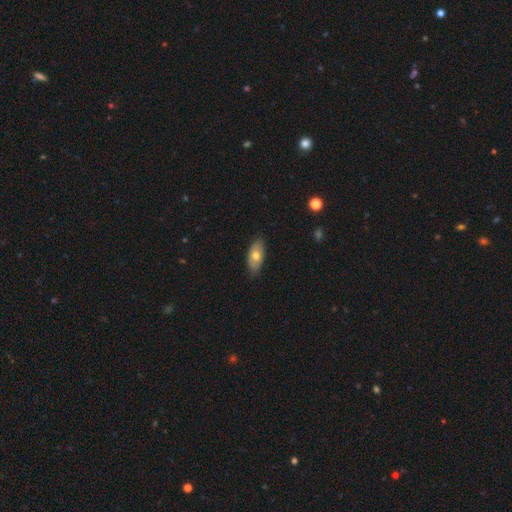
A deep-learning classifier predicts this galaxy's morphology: Smooth or featured?
  - smooth: 66% *
  - featured or disk: 28%
  - star or artifact: 6%
How rounded?
  - in between: 89% *
  - cigar-shaped: 6%
  - round: 4%
Merging?
  - none: 81% *
  - minor disturbance: 16%
  - major disturbance: 2%
  - merger: 1%